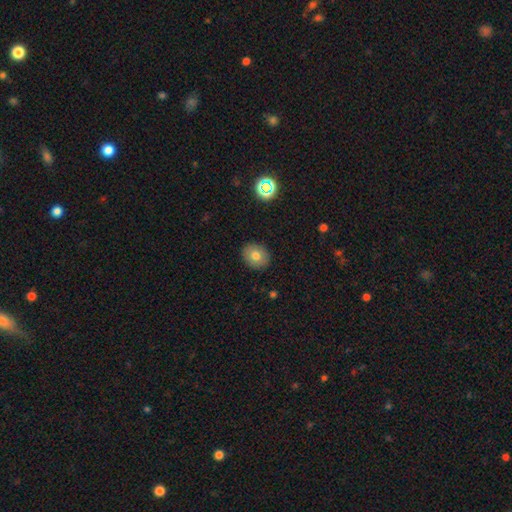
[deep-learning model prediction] smooth_or_featured: smooth (p=0.76) [alt: featured or disk p=0.13]
how_rounded: round (p=0.55) [alt: in between p=0.44]
merging: none (p=0.90) [alt: minor disturbance p=0.07]